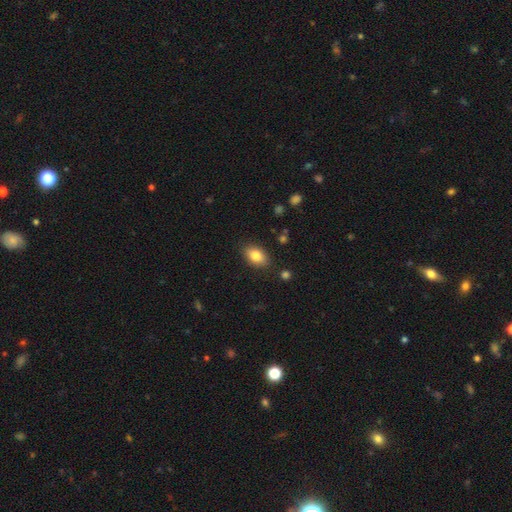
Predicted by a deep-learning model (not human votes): smooth 83%, featured or disk 9%, star or artifact 8%. Down the decision tree: how rounded — in between (88%); merging — none (86%).